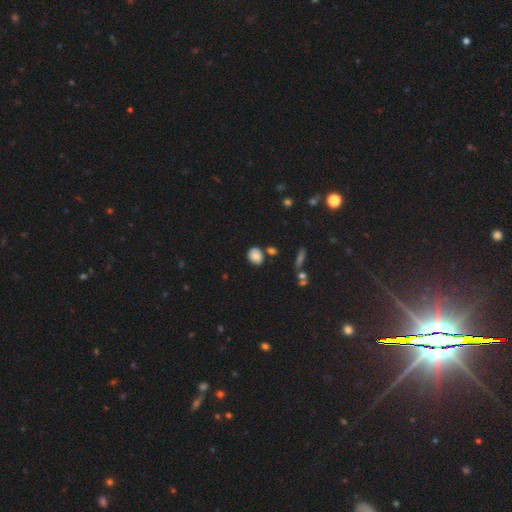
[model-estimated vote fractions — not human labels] smooth 83%, star or artifact 10%, featured or disk 8%. Down the decision tree: how rounded — round (50%); merging — none (73%).